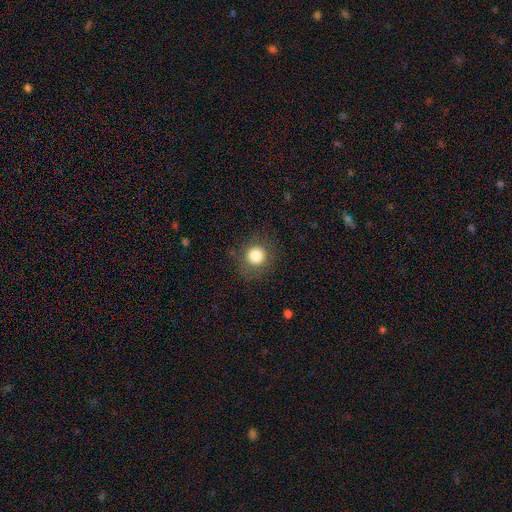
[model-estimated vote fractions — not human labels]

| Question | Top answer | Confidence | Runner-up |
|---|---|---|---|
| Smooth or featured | smooth | 81% | star or artifact (11%) |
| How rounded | round | 90% | in between (9%) |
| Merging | none | 84% | minor disturbance (10%) |